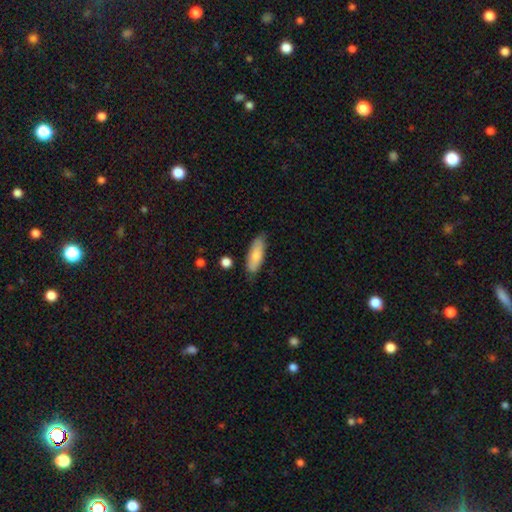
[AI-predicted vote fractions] A smooth galaxy with no disk features (80%) that is in between round and cigar-shaped (66%). Merging: none (75%).